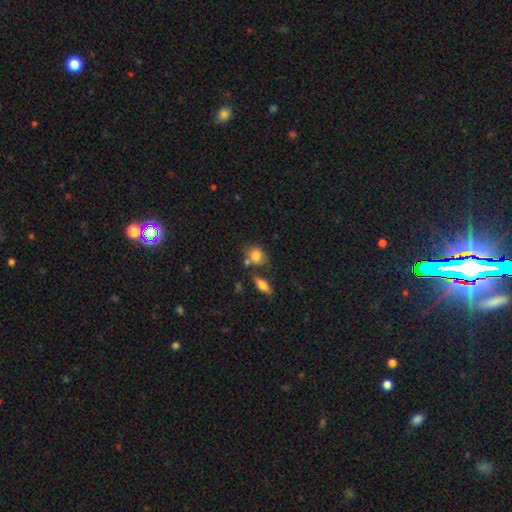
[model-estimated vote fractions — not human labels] Smooth or featured? smooth (81%)
How rounded? round (52%)
Merging? none (56%)